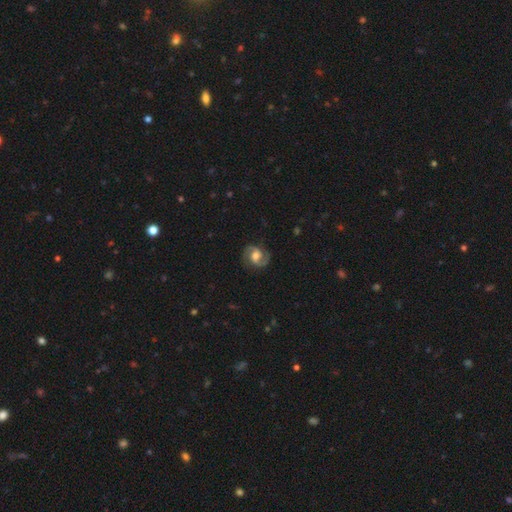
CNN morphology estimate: Overall: featured or disk (87%). Edge-on disk: no (98%). Bar: weak (46%; no 37%). Spiral arms: yes (97%). Spiral arm count: 2 (93%). Spiral winding: medium (58%; tight 26%). Bulge size: moderate (64%). Merging: none (84%).